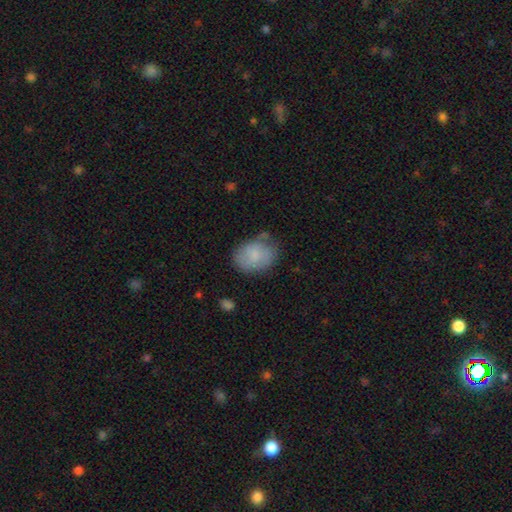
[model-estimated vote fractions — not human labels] Smooth or featured: smooth — 78% (featured or disk — 15%)
How rounded: in between — 73% (round — 26%)
Merging: none — 63% (minor disturbance — 26%)